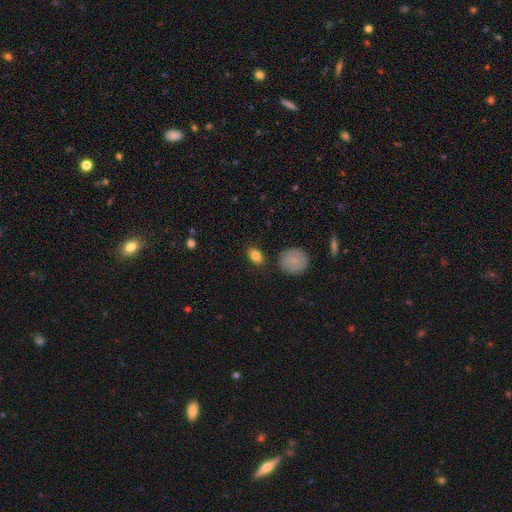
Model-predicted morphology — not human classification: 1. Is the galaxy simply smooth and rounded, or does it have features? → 84% smooth, 9% star or artifact, 8% featured or disk.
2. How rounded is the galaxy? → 79% in between, 19% round, 2% cigar-shaped.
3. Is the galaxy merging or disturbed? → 85% none, 9% minor disturbance, 3% merger, 3% major disturbance.